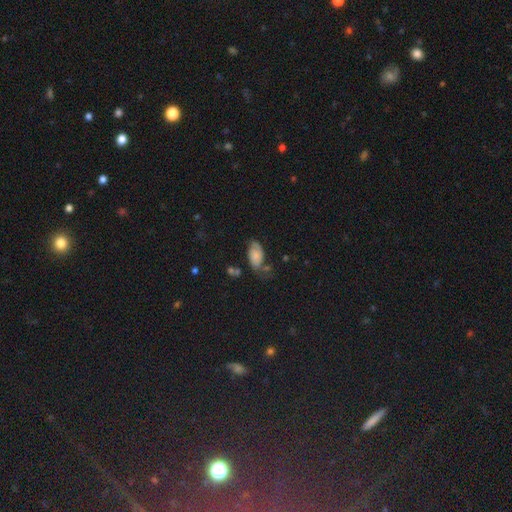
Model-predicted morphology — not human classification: type=smooth (57%); roundness=in between (92%); merging=none (46%).